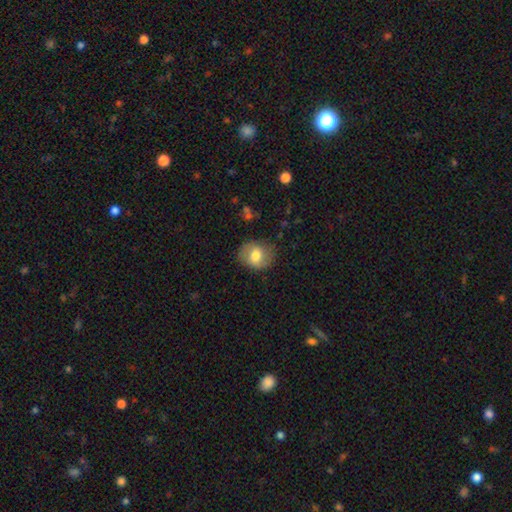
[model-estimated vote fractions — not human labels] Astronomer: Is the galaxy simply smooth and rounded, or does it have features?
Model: smooth — 67%.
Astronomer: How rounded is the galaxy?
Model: round — 62%.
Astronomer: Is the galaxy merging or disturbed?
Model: none — 80%.